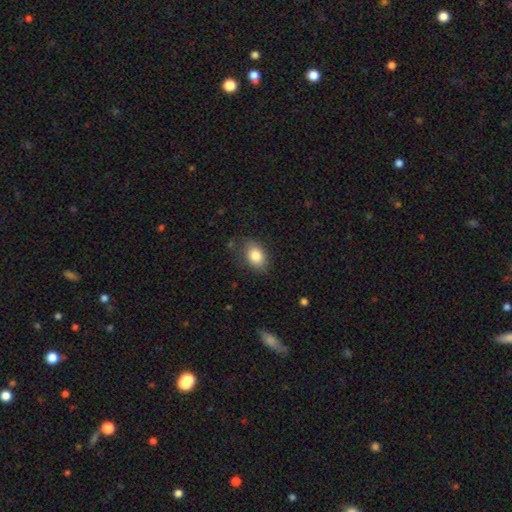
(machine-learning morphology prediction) Smooth or featured?
  - smooth: 83% *
  - featured or disk: 9%
  - star or artifact: 8%
How rounded?
  - in between: 81% *
  - round: 18%
  - cigar-shaped: 1%
Merging?
  - none: 80% *
  - minor disturbance: 15%
  - major disturbance: 4%
  - merger: 2%